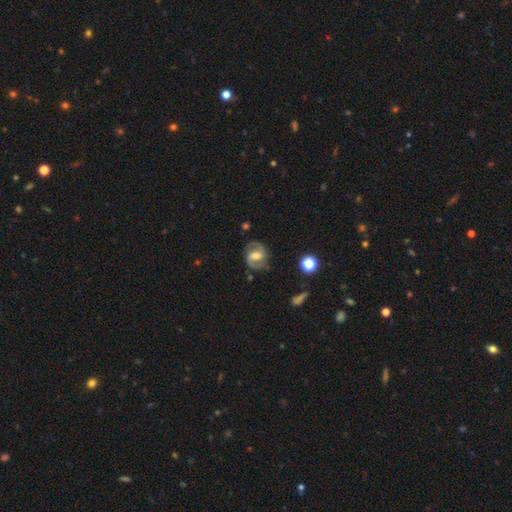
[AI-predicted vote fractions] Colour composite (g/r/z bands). It shows a featured or disk galaxy (73%) with a weak bar (45%), 2 (90%) medium (52%) spiral arms (90%) and a moderate central bulge (59%). Merging: none (78%).